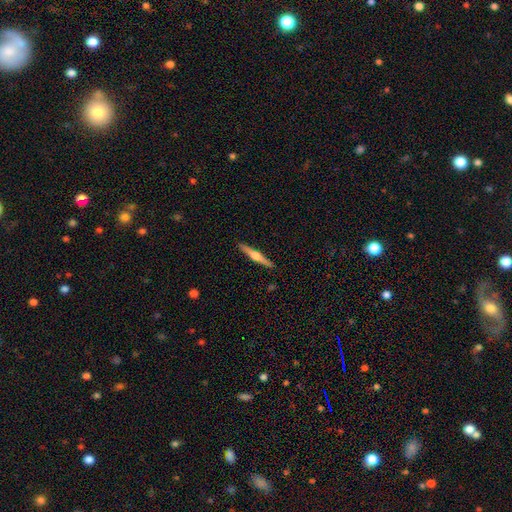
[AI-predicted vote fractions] featured or disk 71%, smooth 24%, star or artifact 5%. Down the decision tree: edge-on disk — yes (98%); edge-on bulge — rounded (92%); merging — none (91%).